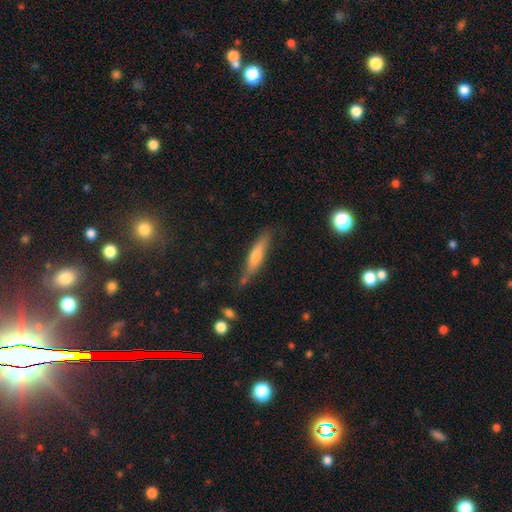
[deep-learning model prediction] A smooth galaxy with no disk features (55%) that is cigar-shaped (86%). Merging: none (72%).